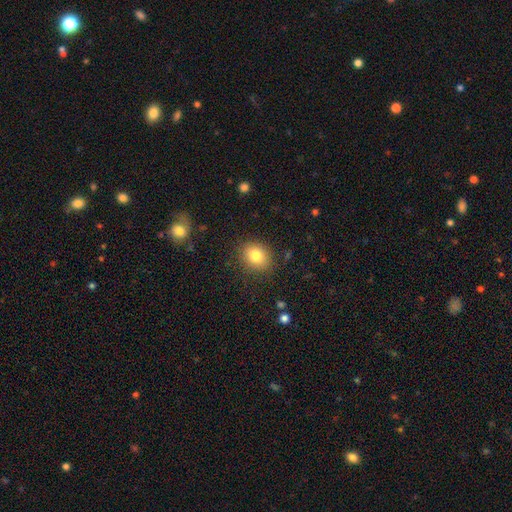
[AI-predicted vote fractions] Q: Smooth or featured?
A: smooth (82%); runner-up: star or artifact (10%)
Q: How rounded?
A: round (63%); runner-up: in between (37%)
Q: Merging?
A: none (86%); runner-up: minor disturbance (10%)